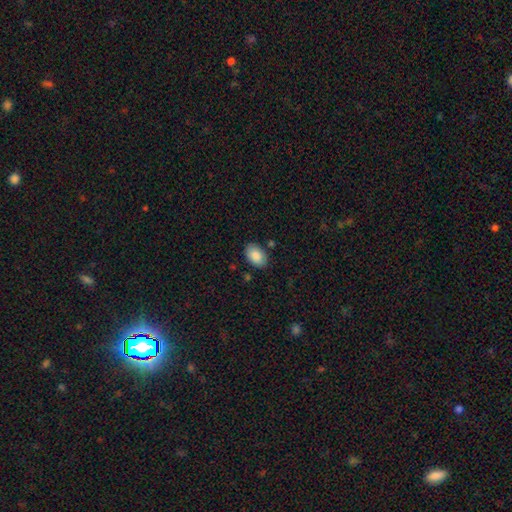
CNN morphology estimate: Smooth or featured: smooth — 88% (star or artifact — 6%)
How rounded: in between — 90% (round — 9%)
Merging: none — 82% (minor disturbance — 12%)